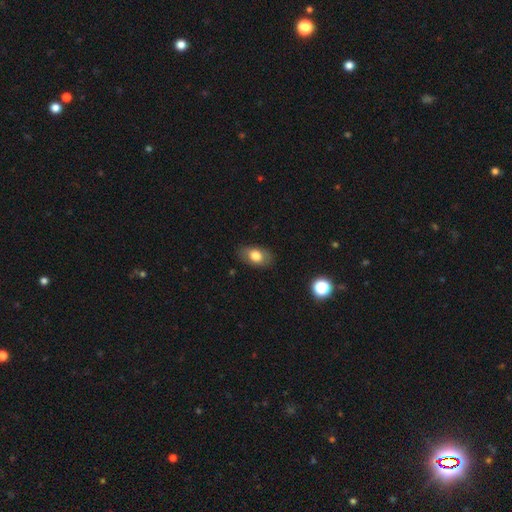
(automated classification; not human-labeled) smooth 74%, featured or disk 18%, star or artifact 8%. Down the decision tree: how rounded — in between (87%); merging — none (81%).